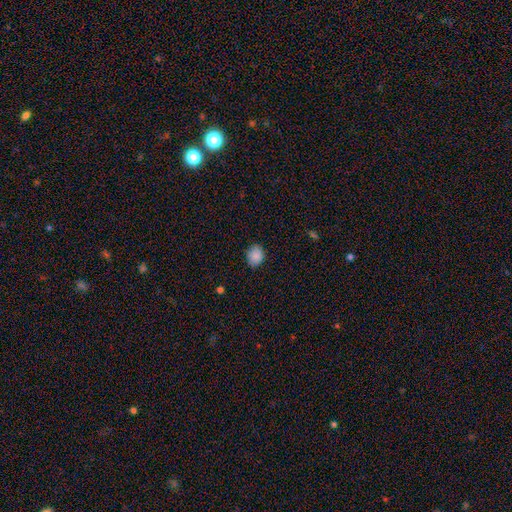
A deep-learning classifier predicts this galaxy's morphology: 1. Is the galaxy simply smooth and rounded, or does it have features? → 88% smooth, 9% star or artifact, 4% featured or disk.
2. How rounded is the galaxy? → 57% round, 42% in between, 1% cigar-shaped.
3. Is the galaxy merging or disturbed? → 85% none, 11% minor disturbance, 2% major disturbance, 1% merger.